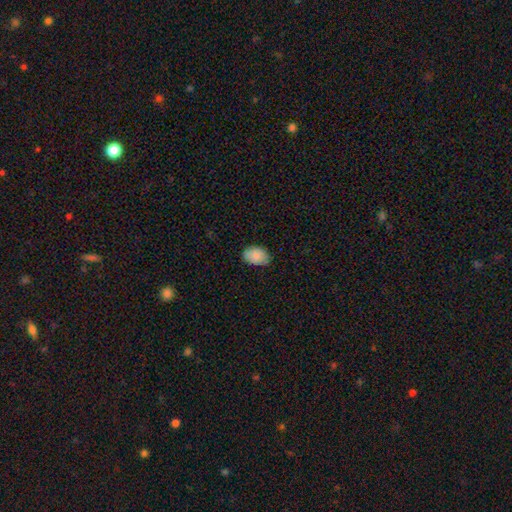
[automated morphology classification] A smooth galaxy with no disk features (88%) that is in between round and cigar-shaped (88%).

Vote fractions:
- Smooth or featured? smooth: 88% / star or artifact: 7% / featured or disk: 5%
- How rounded? in between: 88% / round: 11% / cigar-shaped: 1%
- Merging? none: 77% / minor disturbance: 19% / major disturbance: 3% / merger: 1%